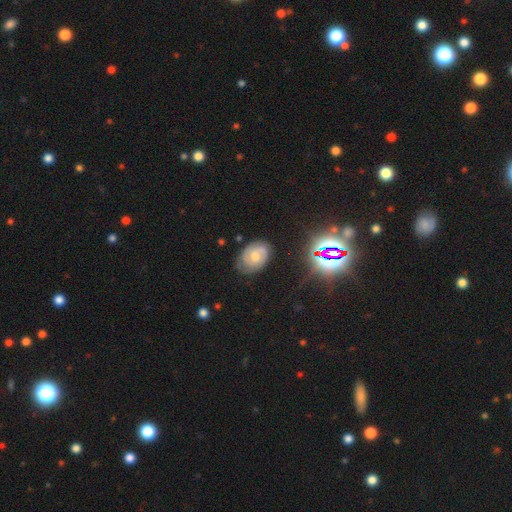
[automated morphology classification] Q: Smooth or featured?
A: featured or disk (61%); runner-up: smooth (27%)
Q: Edge-on disk?
A: no (96%); runner-up: yes (4%)
Q: Bar?
A: no (65%); runner-up: weak (30%)
Q: Spiral arms?
A: yes (86%); runner-up: no (14%)
Q: Spiral winding?
A: tight (61%); runner-up: medium (30%)
Q: Spiral arm count?
A: 2 (52%); runner-up: can't tell (30%)
Q: Bulge size?
A: moderate (55%); runner-up: small (37%)
Q: Merging?
A: none (75%); runner-up: minor disturbance (19%)